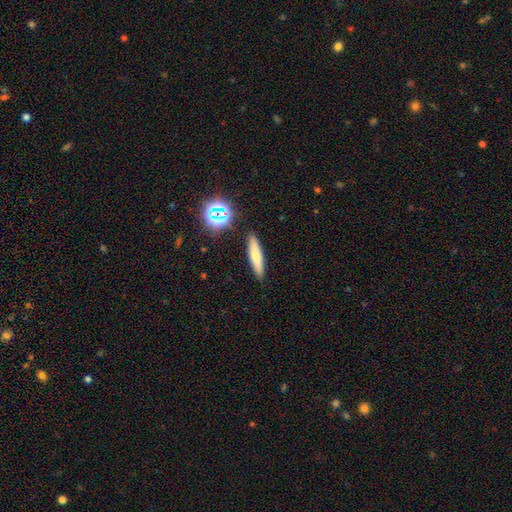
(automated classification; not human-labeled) Overall: smooth (67%). How rounded: cigar-shaped (84%). Merging: none (89%).